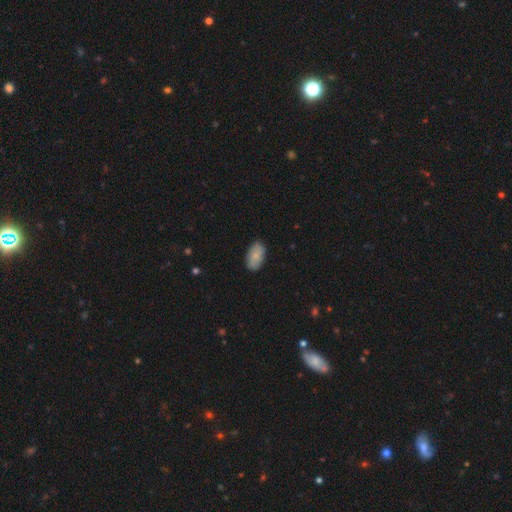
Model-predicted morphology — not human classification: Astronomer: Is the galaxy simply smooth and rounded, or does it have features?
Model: smooth — 81%.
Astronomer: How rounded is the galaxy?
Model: in between — 94%.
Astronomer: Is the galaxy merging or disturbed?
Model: none — 83%.